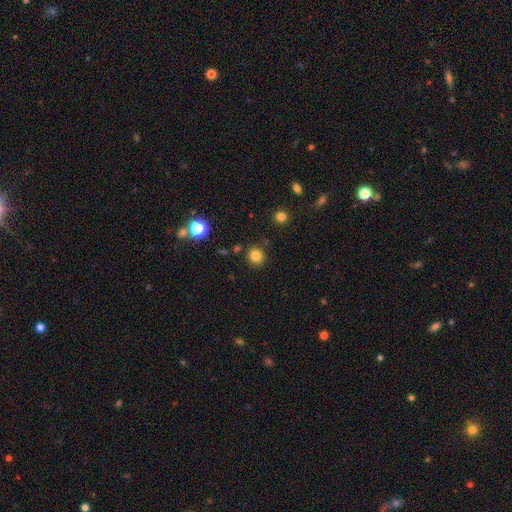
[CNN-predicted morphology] Smooth or featured?
  - smooth: 82% *
  - star or artifact: 13%
  - featured or disk: 5%
How rounded?
  - round: 88% *
  - in between: 11%
  - cigar-shaped: 1%
Merging?
  - none: 87% *
  - minor disturbance: 8%
  - merger: 3%
  - major disturbance: 3%